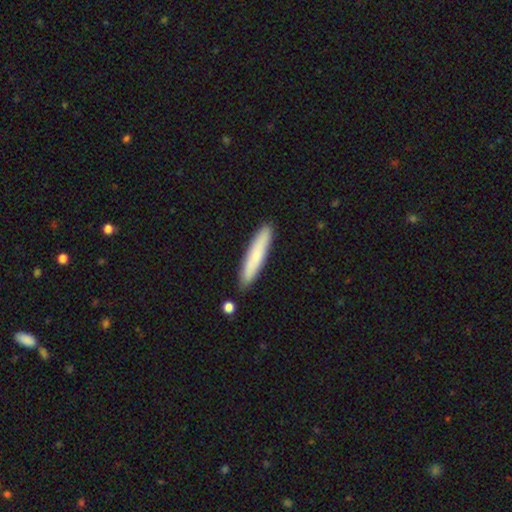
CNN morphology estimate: Smooth or featured? Predicted: smooth (p=0.73). How rounded? Predicted: cigar-shaped (p=0.91). Merging? Predicted: none (p=0.88).